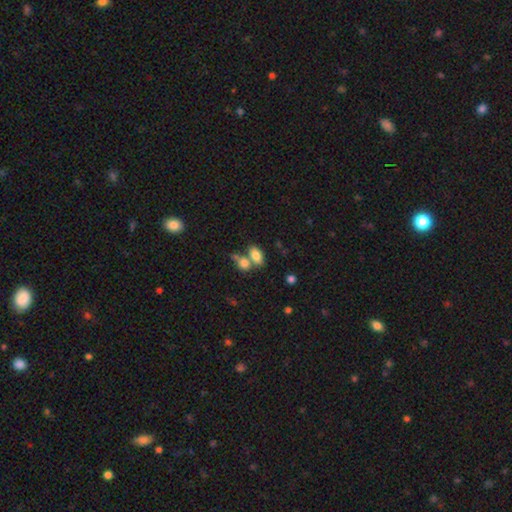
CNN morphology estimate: This appears to be a smooth galaxy with no disk features (81%) that is in between round and cigar-shaped (88%). Merging: none (43%).